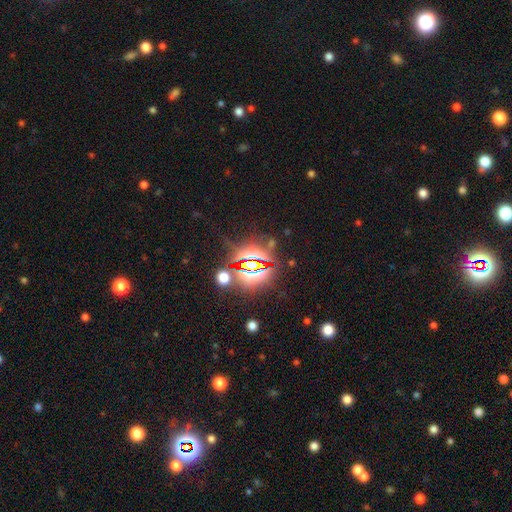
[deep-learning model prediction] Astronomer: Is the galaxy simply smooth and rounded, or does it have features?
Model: star or artifact — 83%.